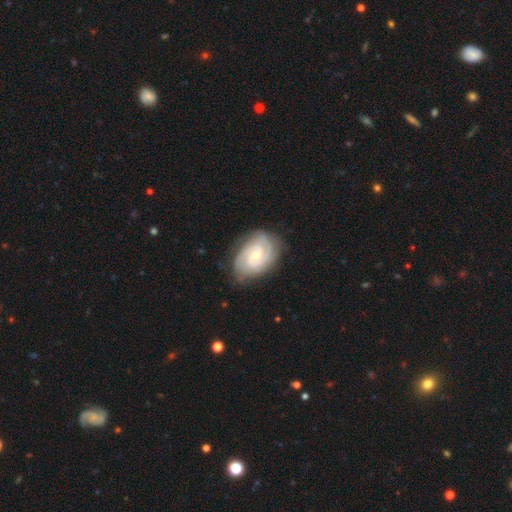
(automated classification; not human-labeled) This is clearly a featured or disk galaxy (85%). It is clearly not viewed edge-on (97%). Bar: possibly no (52%). Spiral arm pattern: clearly yes (97%). Spiral arm count: possibly 2 (55%). Spiral winding: likely tight (70%). Central bulge: possibly small (59%). Merging: likely none (79%).